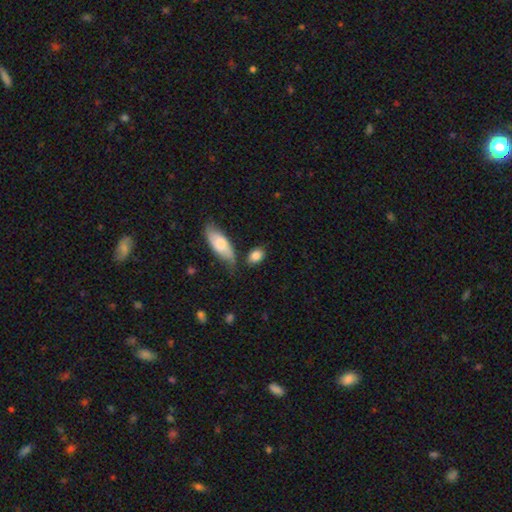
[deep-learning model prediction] smooth_or_featured: smooth (p=0.84) [alt: featured or disk p=0.09]
how_rounded: in between (p=0.76) [alt: round p=0.20]
merging: none (p=0.70) [alt: minor disturbance p=0.17]